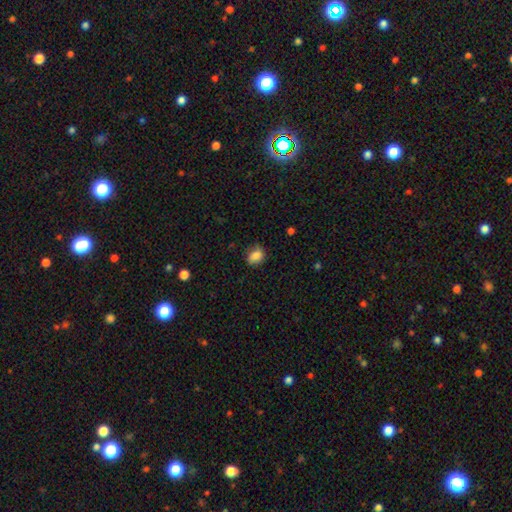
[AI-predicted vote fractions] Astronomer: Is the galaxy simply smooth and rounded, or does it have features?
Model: smooth — 84%.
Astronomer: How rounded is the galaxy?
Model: in between — 57% (runner-up: round, 42%).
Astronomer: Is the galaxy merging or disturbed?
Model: none — 70%.